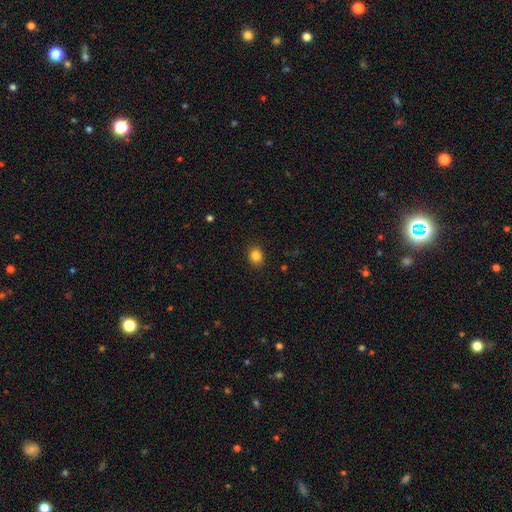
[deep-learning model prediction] Smooth or featured? smooth (84%)
How rounded? round (61%)
Merging? none (90%)